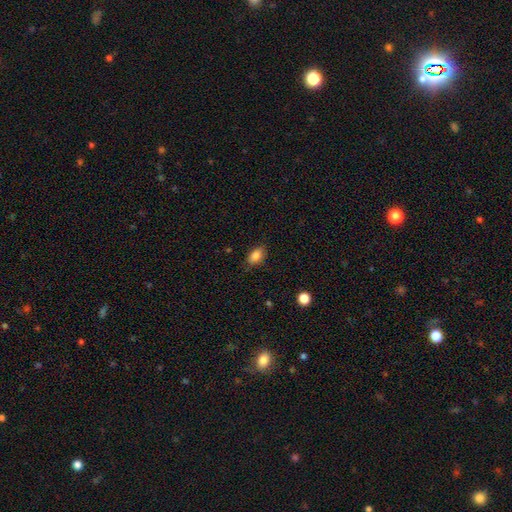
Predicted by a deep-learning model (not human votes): The model was most divided on "merging": none: 80%, minor disturbance: 16%, major disturbance: 3%, merger: 1%. More confident: how rounded — in between (86%); smooth or featured — smooth (84%).